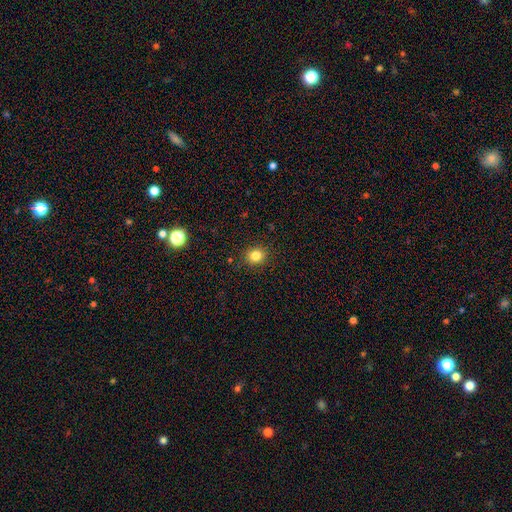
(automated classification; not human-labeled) Overall: smooth (82%). How rounded: round (80%). Merging: none (89%).